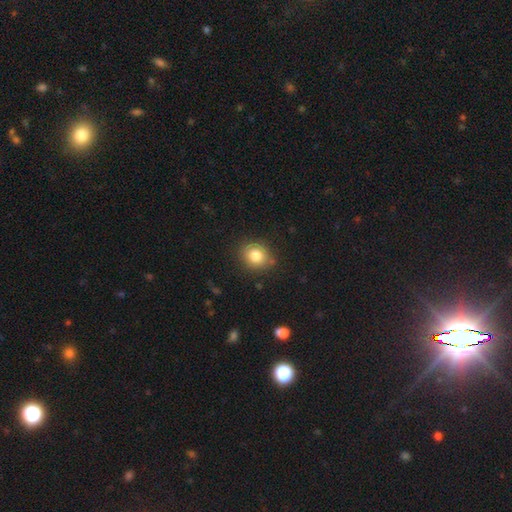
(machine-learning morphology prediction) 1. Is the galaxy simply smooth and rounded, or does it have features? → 82% smooth, 10% star or artifact, 7% featured or disk.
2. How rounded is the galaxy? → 71% round, 28% in between, 1% cigar-shaped.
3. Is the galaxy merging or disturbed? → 83% none, 12% minor disturbance, 3% major disturbance, 2% merger.